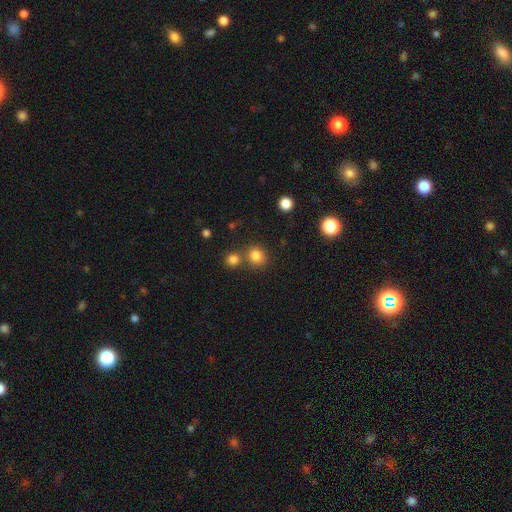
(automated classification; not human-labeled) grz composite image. It shows a smooth galaxy with no disk features (80%) that is round (80%). Merging: none (65%).